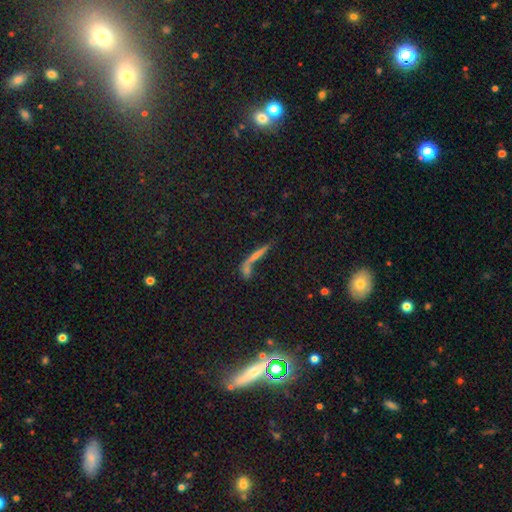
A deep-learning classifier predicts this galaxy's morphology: smooth_or_featured: smooth (p=0.53) [alt: featured or disk p=0.32]
how_rounded: cigar-shaped (p=0.83) [alt: in between p=0.12]
merging: none (p=0.42) [alt: merger p=0.39]